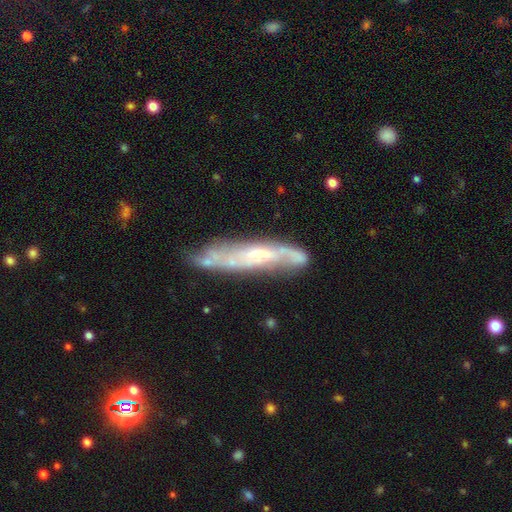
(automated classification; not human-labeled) Smooth or featured? Predicted: featured or disk (p=0.73). Edge-on disk? Predicted: no (p=0.54). Merging? Predicted: none (p=0.65).